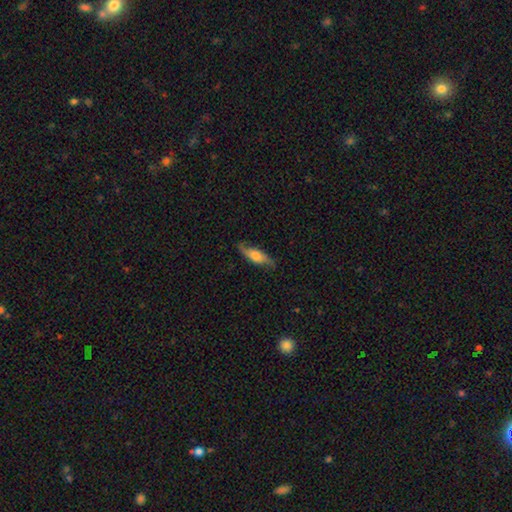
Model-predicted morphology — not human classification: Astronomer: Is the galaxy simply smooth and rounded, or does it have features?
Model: featured or disk — 53% (runner-up: smooth, 41%).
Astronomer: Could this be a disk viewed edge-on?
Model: no — 59% (runner-up: yes, 41%).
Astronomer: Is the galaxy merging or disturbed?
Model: none — 76%.